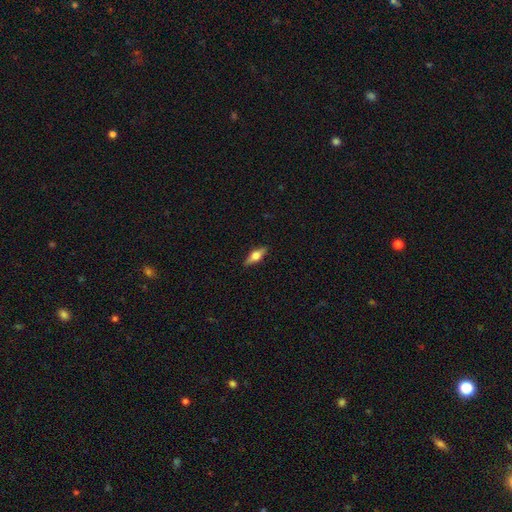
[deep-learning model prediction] Overall: featured or disk (52%; smooth 41%). Edge-on disk: yes (94%). Merging: none (89%).